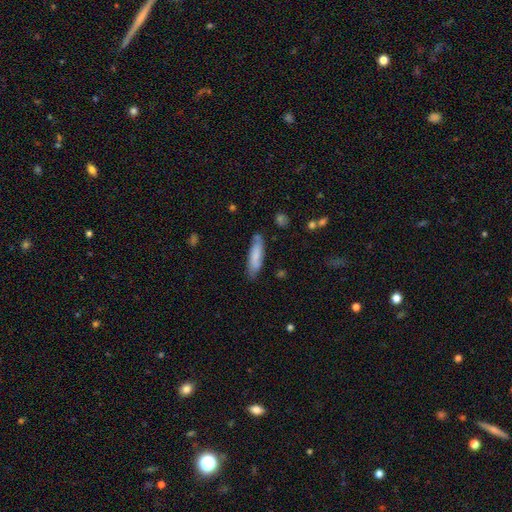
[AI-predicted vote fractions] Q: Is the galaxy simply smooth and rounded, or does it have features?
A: smooth — 69%.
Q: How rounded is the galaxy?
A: cigar-shaped — 58%.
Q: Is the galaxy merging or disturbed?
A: none — 75%.